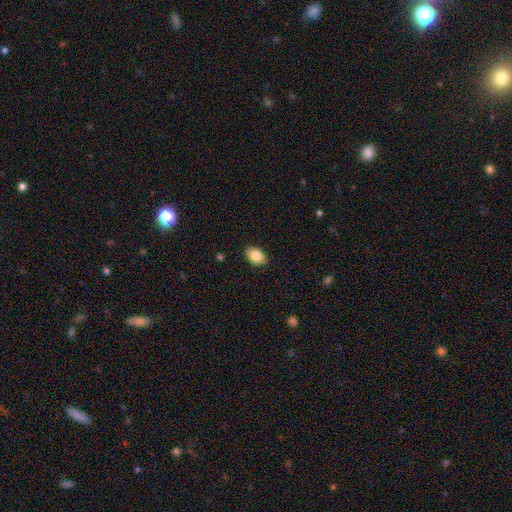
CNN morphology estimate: This is clearly a smooth galaxy (86%). How rounded: clearly in between (86%). Merging: clearly none (88%).